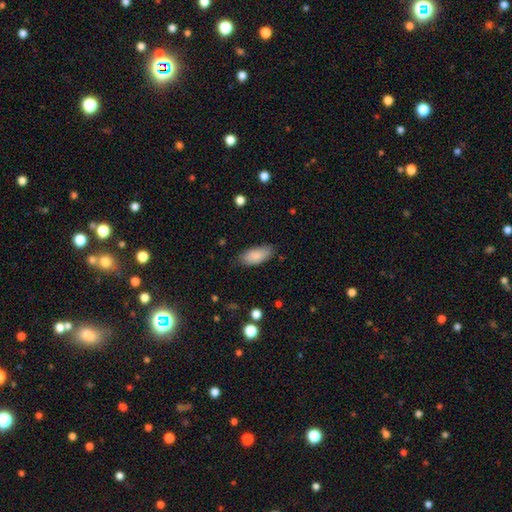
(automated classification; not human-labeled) Smooth or featured? smooth (86%)
How rounded? in between (88%)
Merging? none (80%)